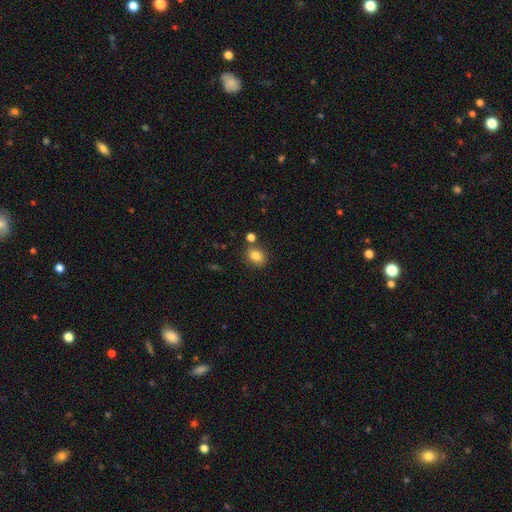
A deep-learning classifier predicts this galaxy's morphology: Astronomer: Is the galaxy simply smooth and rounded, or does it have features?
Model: smooth — 83%.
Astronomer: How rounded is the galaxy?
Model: in between — 62% (runner-up: round, 37%).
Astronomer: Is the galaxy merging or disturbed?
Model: none — 74%.